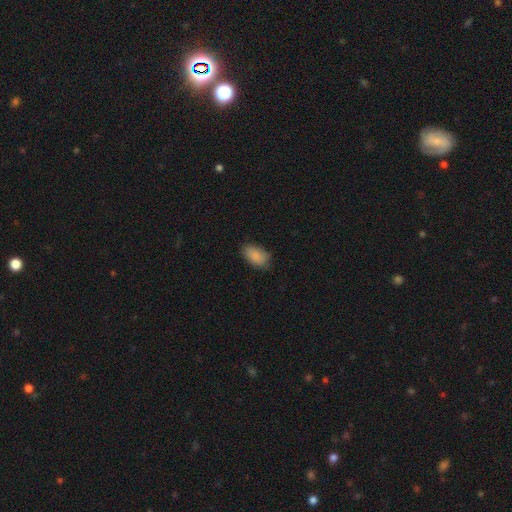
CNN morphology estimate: smooth_or_featured: smooth (p=0.88) [alt: star or artifact p=0.07]
how_rounded: in between (p=0.93) [alt: round p=0.05]
merging: none (p=0.80) [alt: minor disturbance p=0.16]